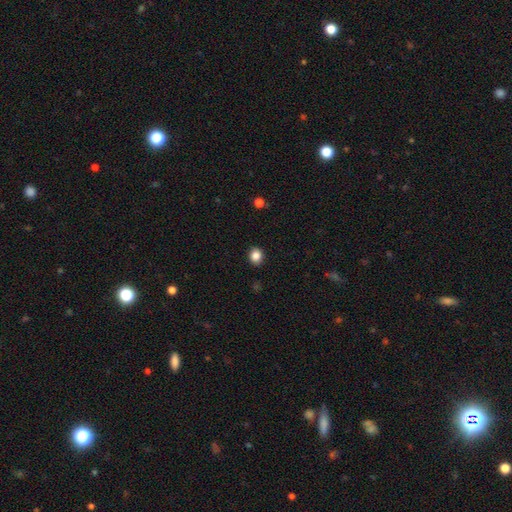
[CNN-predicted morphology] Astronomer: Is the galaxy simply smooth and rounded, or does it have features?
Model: smooth — 85%.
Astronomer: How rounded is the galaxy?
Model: round — 71%.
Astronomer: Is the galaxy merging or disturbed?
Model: none — 91%.